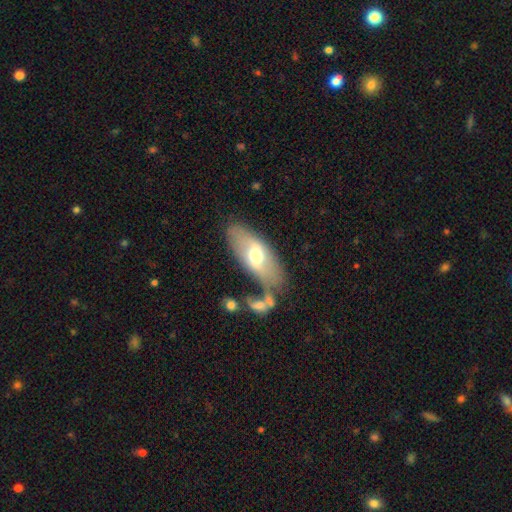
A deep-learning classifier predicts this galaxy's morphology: A smooth galaxy with no disk features (48%).

Vote fractions:
- Smooth or featured? smooth: 48% / featured or disk: 46% / star or artifact: 6%
- Merging? none: 61% / minor disturbance: 17% / merger: 14% / major disturbance: 8%